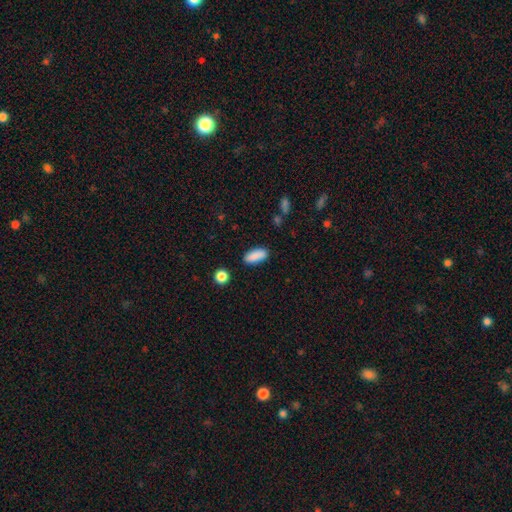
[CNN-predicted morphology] This is clearly a smooth galaxy (88%). How rounded: likely in between (80%). Merging: clearly none (84%).